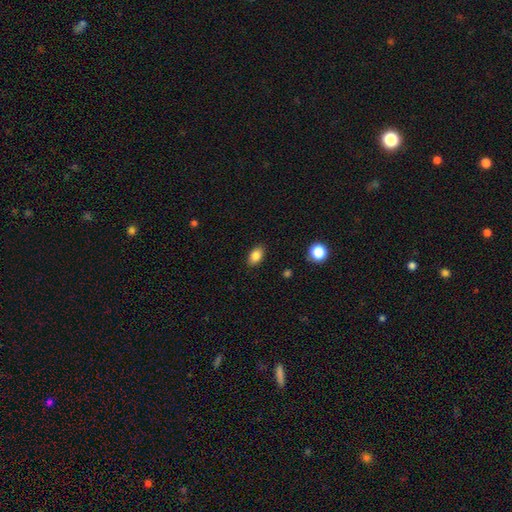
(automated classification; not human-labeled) A smooth galaxy with no disk features (85%) that is in between round and cigar-shaped (86%).

Vote fractions:
- Smooth or featured? smooth: 85% / star or artifact: 9% / featured or disk: 7%
- How rounded? in between: 86% / round: 12% / cigar-shaped: 2%
- Merging? none: 87% / minor disturbance: 10% / major disturbance: 2% / merger: 1%